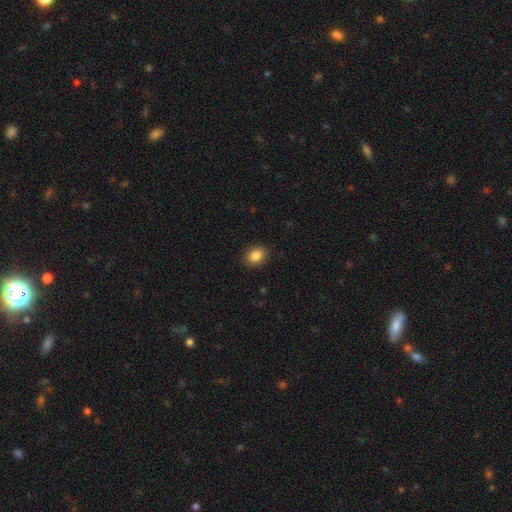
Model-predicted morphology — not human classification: Smooth or featured?
  - smooth: 86% *
  - star or artifact: 9%
  - featured or disk: 5%
How rounded?
  - in between: 59% *
  - round: 40%
  - cigar-shaped: 1%
Merging?
  - none: 89% *
  - minor disturbance: 8%
  - major disturbance: 2%
  - merger: 1%